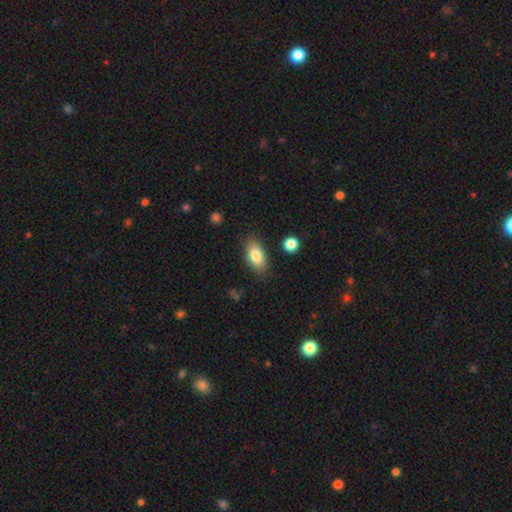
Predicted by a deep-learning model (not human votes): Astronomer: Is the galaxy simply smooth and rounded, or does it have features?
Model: smooth — 82%.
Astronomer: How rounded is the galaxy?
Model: in between — 90%.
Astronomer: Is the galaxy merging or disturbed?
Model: none — 83%.